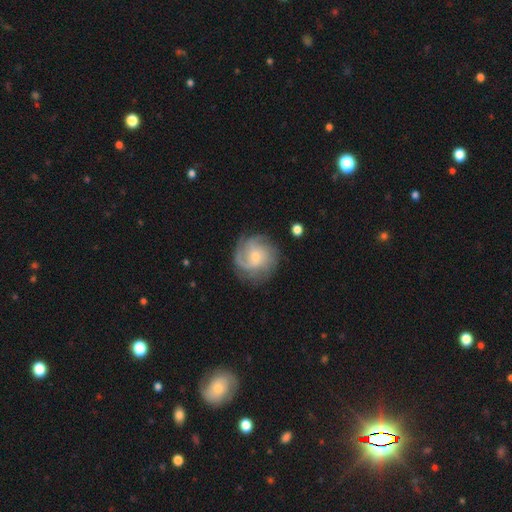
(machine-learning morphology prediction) Smooth or featured?
  - featured or disk: 74% *
  - smooth: 19%
  - star or artifact: 7%
Edge-on disk?
  - no: 98% *
  - yes: 2%
Bar?
  - no: 61% *
  - weak: 35%
  - strong: 4%
Spiral arms?
  - yes: 94% *
  - no: 6%
Spiral winding?
  - tight: 46% *
  - medium: 38%
  - loose: 16%
Spiral arm count?
  - can't tell: 32% *
  - 3: 26%
  - 2: 17%
  - 4: 12%
  - 1: 8%
  - more than 4: 6%
Bulge size?
  - small: 46% *
  - moderate: 39%
  - none: 8%
  - large: 6%
  - dominant: 1%
Merging?
  - none: 76% *
  - minor disturbance: 15%
  - major disturbance: 8%
  - merger: 1%